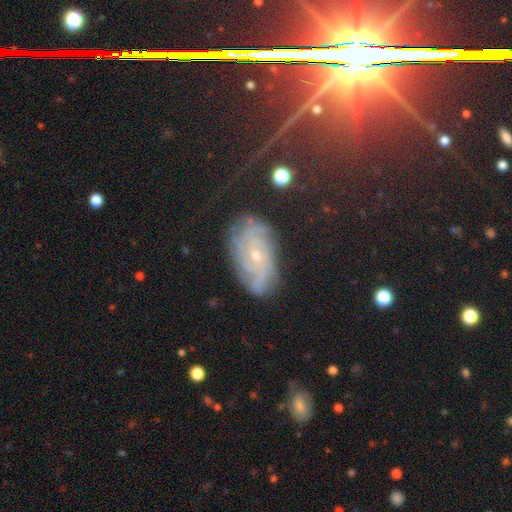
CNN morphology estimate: This appears to be a featured or disk galaxy (75%) with no bar (73%), tight (65%) spiral arms (94%) and a small central bulge (77%). Merging: none (76%).